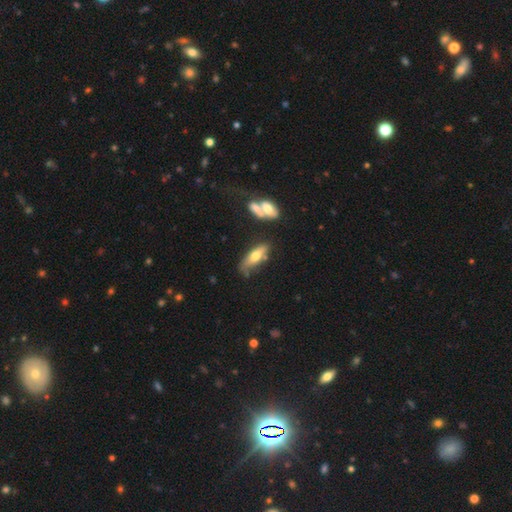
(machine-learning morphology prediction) Smooth or featured? smooth (60%)
How rounded? in between (56%)
Merging? none (54%)